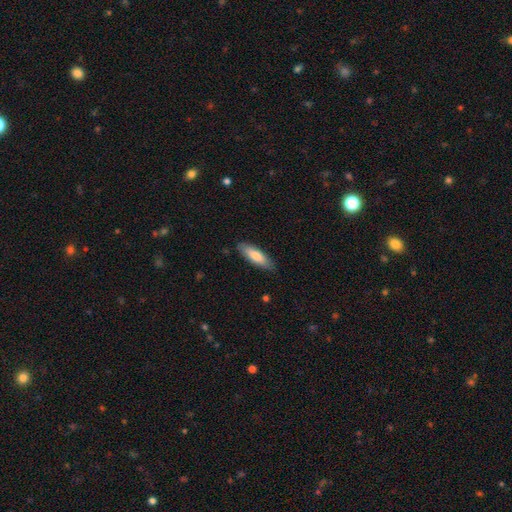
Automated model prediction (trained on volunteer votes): This appears to be a smooth galaxy with no disk features (79%) that is in between round and cigar-shaped (51%). Merging: none (85%).